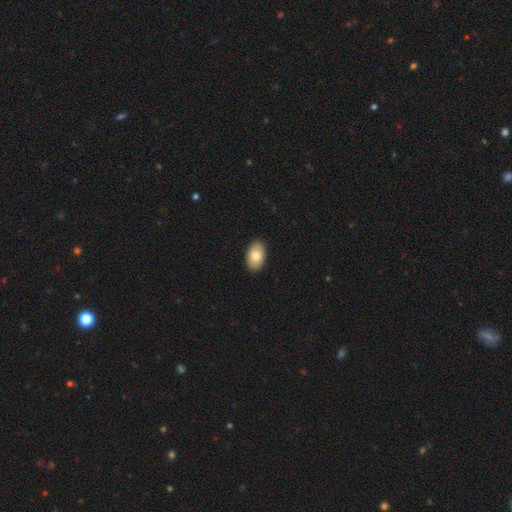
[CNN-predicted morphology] A smooth galaxy with no disk features (81%) that is in between round and cigar-shaped (93%).

Vote fractions:
- Smooth or featured? smooth: 81% / featured or disk: 13% / star or artifact: 6%
- How rounded? in between: 93% / round: 6% / cigar-shaped: 1%
- Merging? none: 91% / minor disturbance: 6% / major disturbance: 1% / merger: 1%